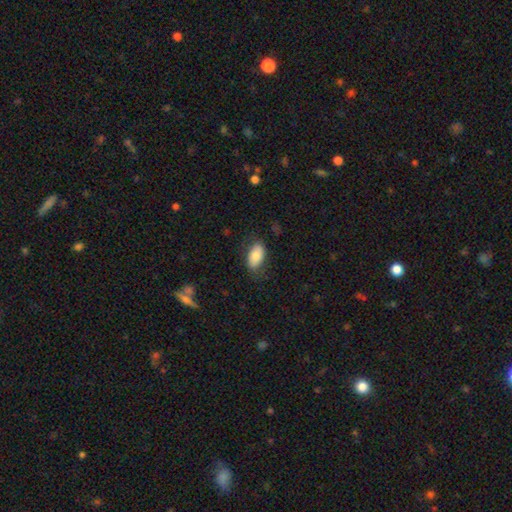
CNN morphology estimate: The model was most divided on "merging": none: 72%, minor disturbance: 20%, major disturbance: 7%, merger: 1%. More confident: how rounded — in between (93%); smooth or featured — smooth (79%).